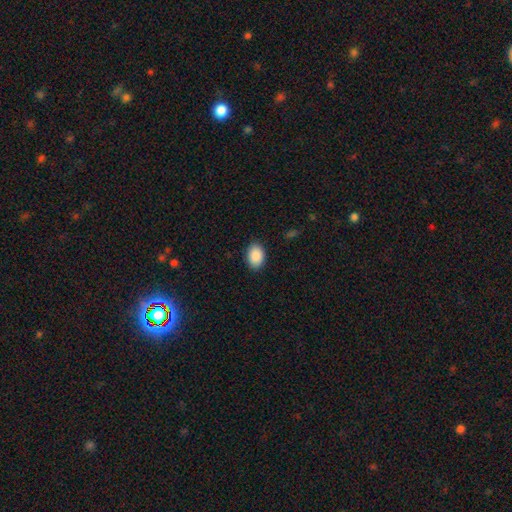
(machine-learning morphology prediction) Q: Smooth or featured?
A: smooth (90%); runner-up: star or artifact (7%)
Q: How rounded?
A: in between (82%); runner-up: round (17%)
Q: Merging?
A: none (88%); runner-up: minor disturbance (9%)